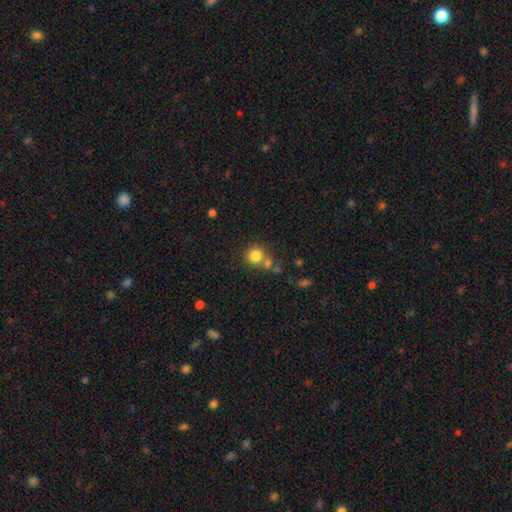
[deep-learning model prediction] Morphology: type=smooth (80%); roundness=round (90%); merging=none (63%).